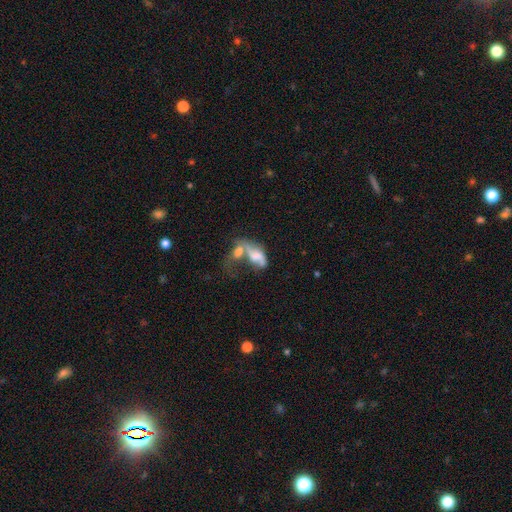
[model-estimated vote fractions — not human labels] Smooth or featured?
  - smooth: 51% *
  - featured or disk: 39%
  - star or artifact: 10%
How rounded?
  - in between: 85% *
  - cigar-shaped: 9%
  - round: 6%
Merging?
  - merger: 64% *
  - major disturbance: 18%
  - none: 10%
  - minor disturbance: 7%